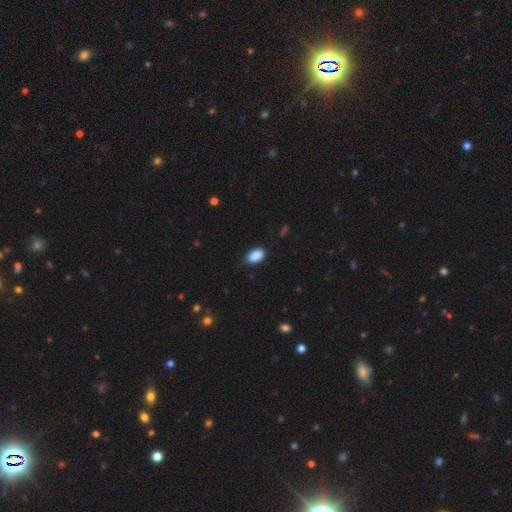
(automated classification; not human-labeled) smooth 89%, star or artifact 7%, featured or disk 4%. Down the decision tree: how rounded — in between (92%); merging — none (80%).